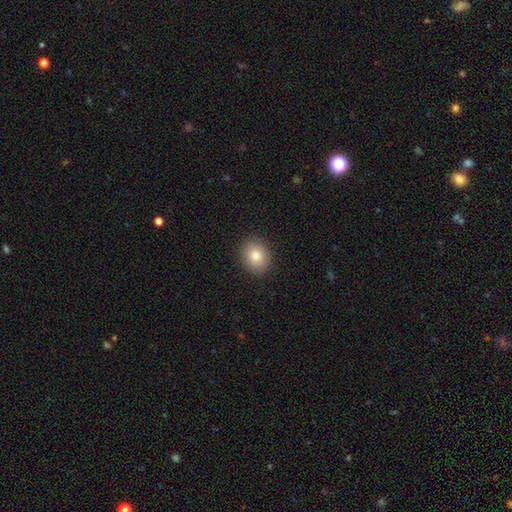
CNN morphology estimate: A smooth galaxy with no disk features (83%) that is round (60%). Merging: none (90%).